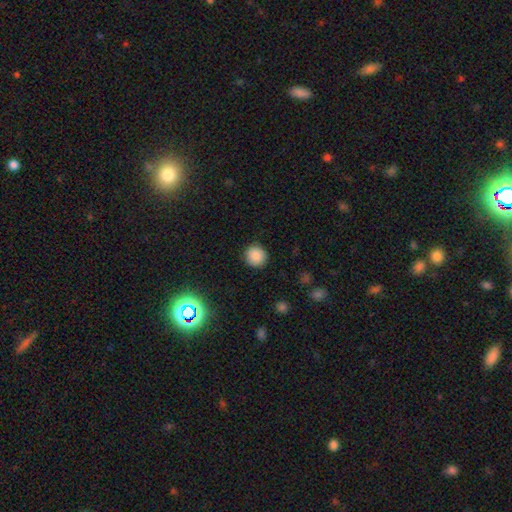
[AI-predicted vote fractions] Smooth or featured? smooth (85%)
How rounded? round (93%)
Merging? none (90%)